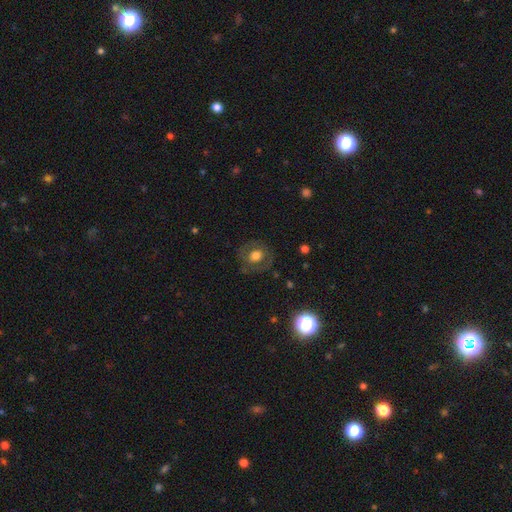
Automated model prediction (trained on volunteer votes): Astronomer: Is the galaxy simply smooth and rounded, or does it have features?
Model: smooth — 57% (runner-up: featured or disk, 33%).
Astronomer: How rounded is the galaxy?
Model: round — 79%.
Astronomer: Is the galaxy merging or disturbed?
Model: none — 78%.